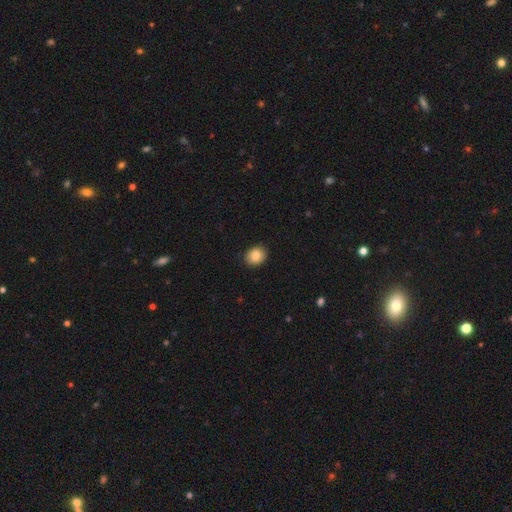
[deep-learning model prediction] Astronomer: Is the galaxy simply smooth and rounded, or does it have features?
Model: smooth — 86%.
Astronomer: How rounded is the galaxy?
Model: round — 54% (runner-up: in between, 45%).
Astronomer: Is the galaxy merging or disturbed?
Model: none — 89%.